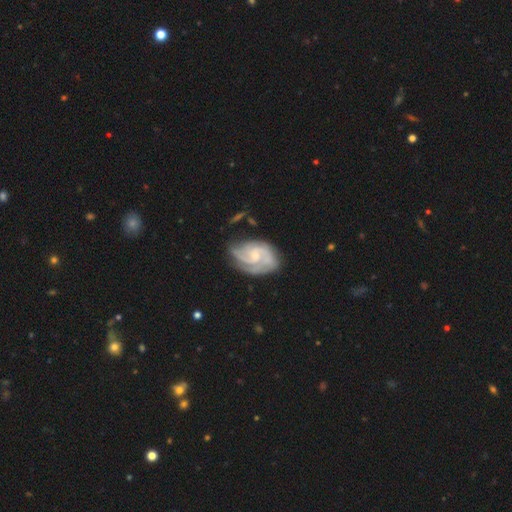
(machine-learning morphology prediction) This appears to be a featured or disk galaxy (88%) with no bar (62%), 2 (38%) tight (52%) spiral arms (97%) and a small central bulge (69%). Merging: none (62%).